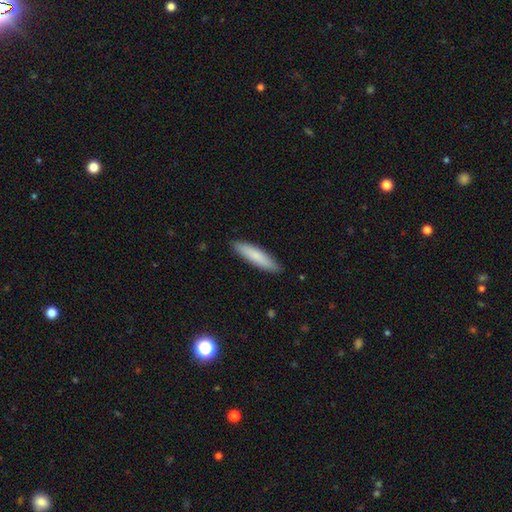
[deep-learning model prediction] Smooth or featured: smooth — 81% (featured or disk — 14%)
How rounded: cigar-shaped — 79% (in between — 20%)
Merging: none — 89% (minor disturbance — 9%)